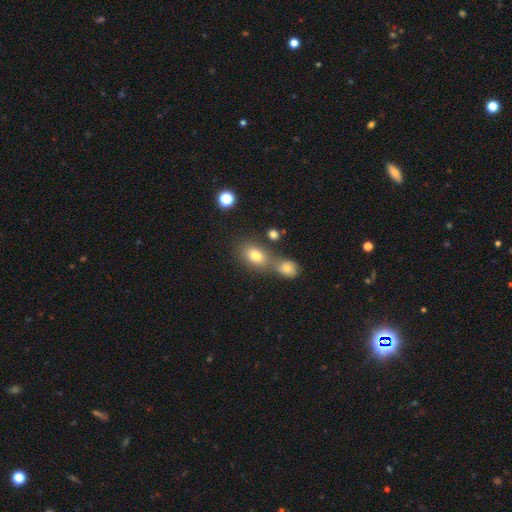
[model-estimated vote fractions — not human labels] A smooth galaxy with no disk features (76%) that is in between round and cigar-shaped (77%).

Vote fractions:
- Smooth or featured? smooth: 76% / featured or disk: 12% / star or artifact: 11%
- How rounded? in between: 77% / round: 21% / cigar-shaped: 2%
- Merging? none: 48% / merger: 36% / minor disturbance: 11% / major disturbance: 4%